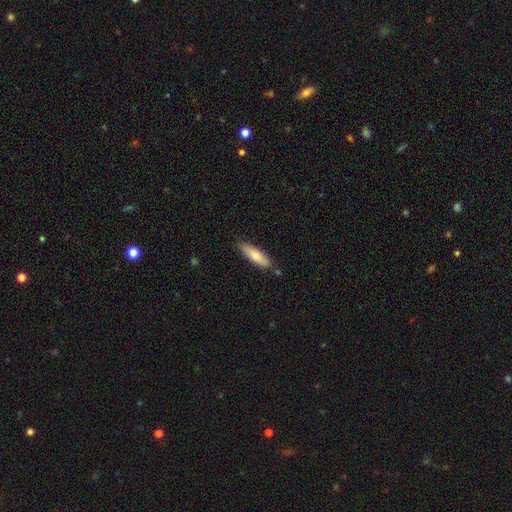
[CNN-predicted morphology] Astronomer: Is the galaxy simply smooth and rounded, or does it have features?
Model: smooth — 74%.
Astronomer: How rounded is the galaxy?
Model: cigar-shaped — 57% (runner-up: in between, 41%).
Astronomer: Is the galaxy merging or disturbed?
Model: none — 80%.